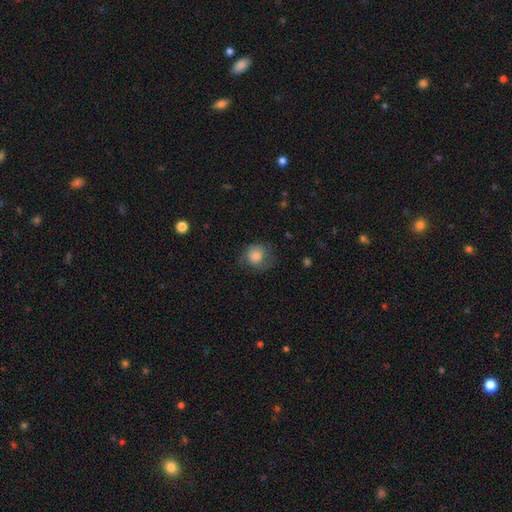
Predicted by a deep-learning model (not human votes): smooth_or_featured: smooth (p=0.74) [alt: featured or disk p=0.17]
how_rounded: round (p=0.81) [alt: in between p=0.18]
merging: none (p=0.60) [alt: minor disturbance p=0.24]